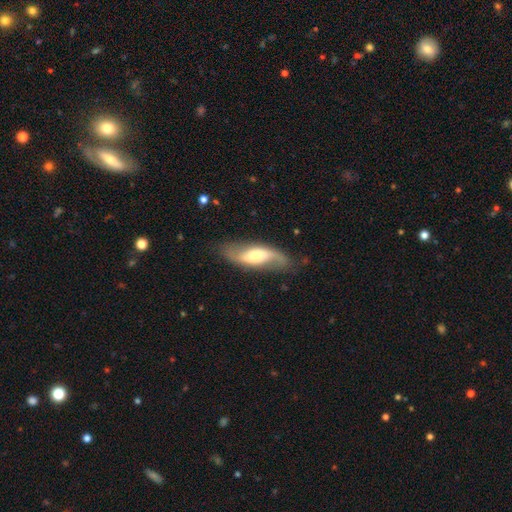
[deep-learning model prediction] The model was most divided on "bar": no: 39%, weak: 38%, strong: 23%. More confident: spiral arms — yes (89%); edge-on disk — no (87%); spiral arm count — 2 (87%); spiral winding — loose (73%); merging — none (73%); smooth or featured — featured or disk (68%); bulge size — moderate (53%).